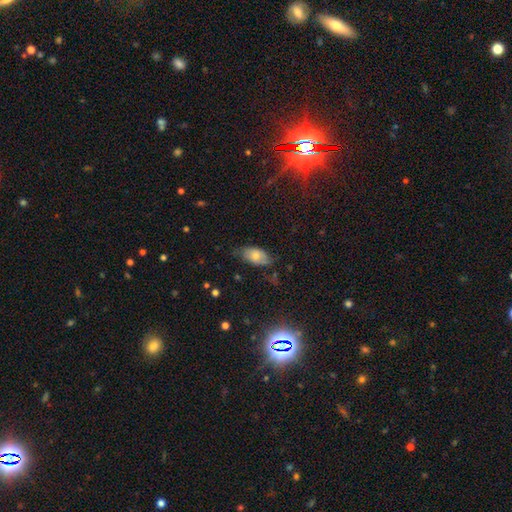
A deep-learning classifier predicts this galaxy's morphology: This appears to be a smooth galaxy with no disk features (63%) that is in between round and cigar-shaped (91%). Merging: none (59%).